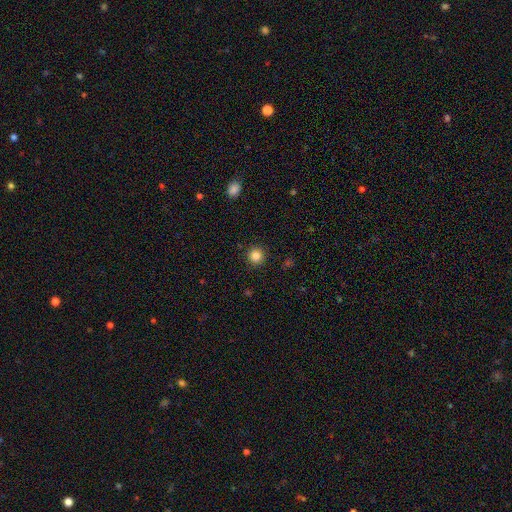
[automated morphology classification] type=smooth (85%); roundness=round (94%); merging=none (92%).